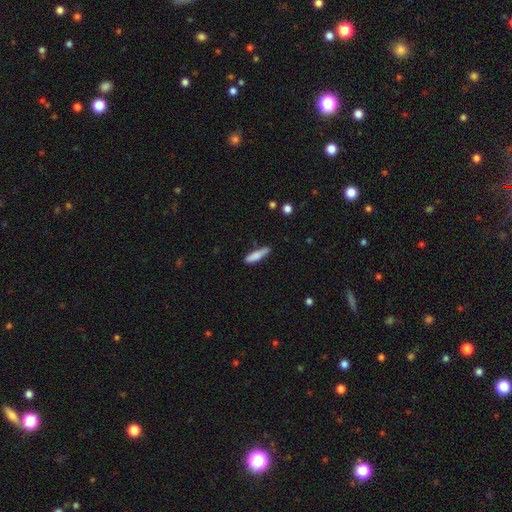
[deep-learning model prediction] smooth_or_featured: smooth (p=0.81) [alt: featured or disk p=0.12]
how_rounded: cigar-shaped (p=0.74) [alt: in between p=0.25]
merging: none (p=0.69) [alt: minor disturbance p=0.24]